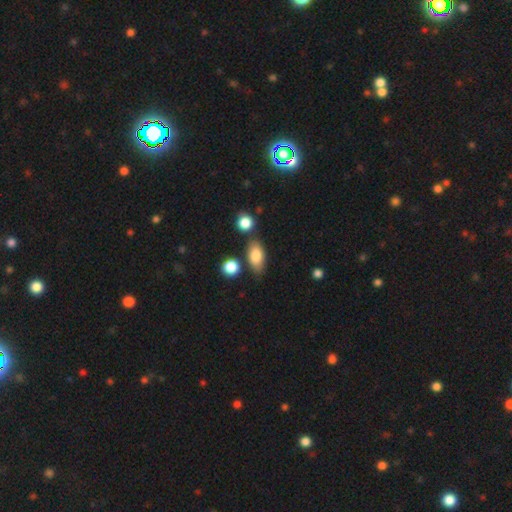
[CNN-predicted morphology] A smooth galaxy with no disk features (82%) that is in between round and cigar-shaped (87%).

Vote fractions:
- Smooth or featured? smooth: 82% / featured or disk: 11% / star or artifact: 8%
- How rounded? in between: 87% / cigar-shaped: 7% / round: 6%
- Merging? none: 74% / minor disturbance: 14% / merger: 9% / major disturbance: 4%